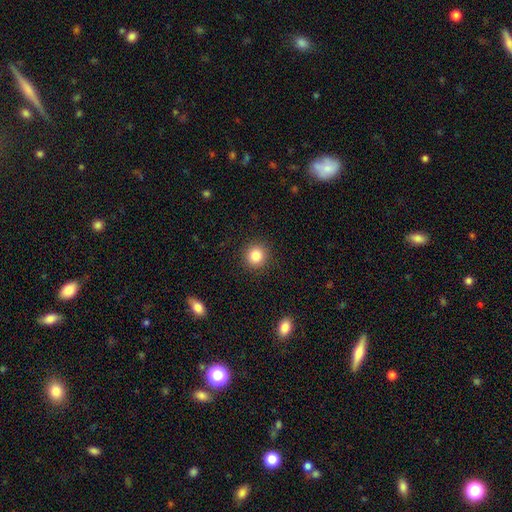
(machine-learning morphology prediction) Smooth or featured? Predicted: smooth (p=0.84). How rounded? Predicted: round (p=0.92). Merging? Predicted: none (p=0.91).